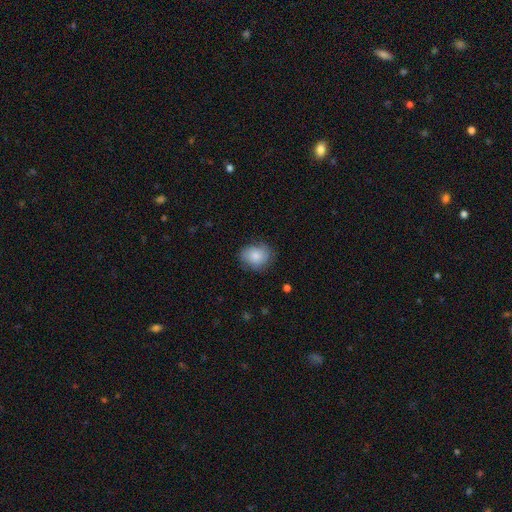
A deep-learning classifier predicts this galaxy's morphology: Smooth or featured? smooth (82%)
How rounded? round (58%)
Merging? none (76%)